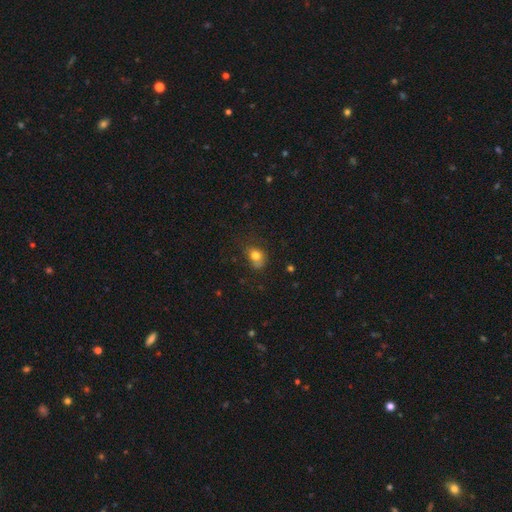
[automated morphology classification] A smooth galaxy with no disk features (77%) that is in between round and cigar-shaped (50%).

Vote fractions:
- Smooth or featured? smooth: 77% / star or artifact: 12% / featured or disk: 11%
- How rounded? in between: 50% / round: 48% / cigar-shaped: 1%
- Merging? none: 49% / minor disturbance: 29% / major disturbance: 13% / merger: 8%